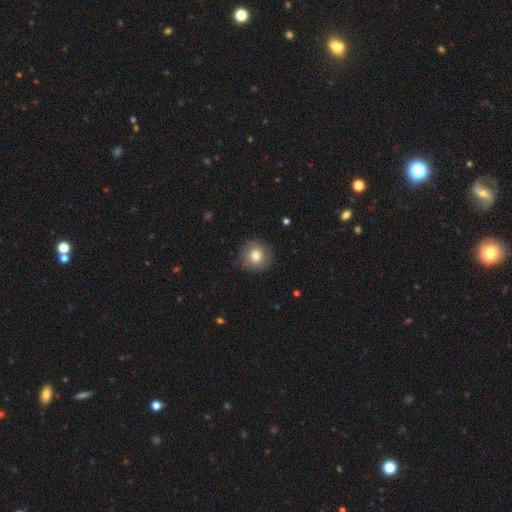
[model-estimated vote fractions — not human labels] A smooth galaxy with no disk features (79%) that is round (92%). Merging: none (86%).